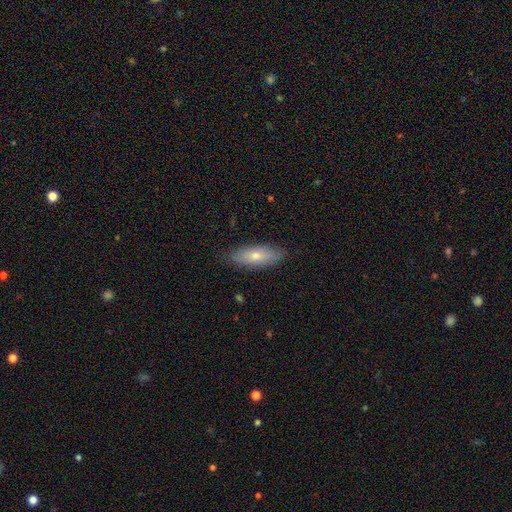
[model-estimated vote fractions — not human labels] Smooth or featured?
  - smooth: 66% *
  - featured or disk: 27%
  - star or artifact: 7%
How rounded?
  - in between: 61% *
  - cigar-shaped: 37%
  - round: 2%
Merging?
  - none: 86% *
  - minor disturbance: 11%
  - major disturbance: 2%
  - merger: 1%